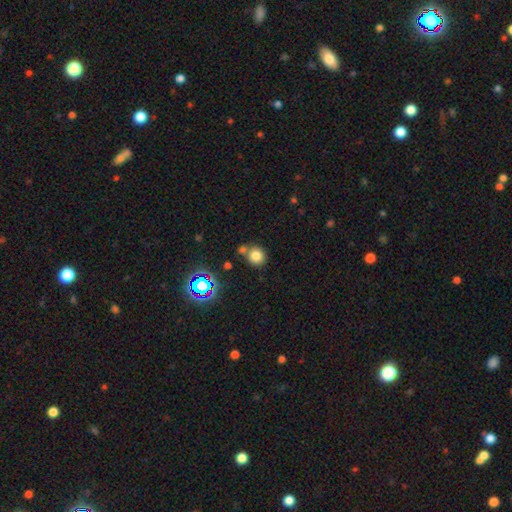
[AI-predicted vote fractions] The model was most divided on "merging": none: 64%, merger: 23%, minor disturbance: 10%, major disturbance: 3%. More confident: how rounded — round (87%); smooth or featured — smooth (76%).